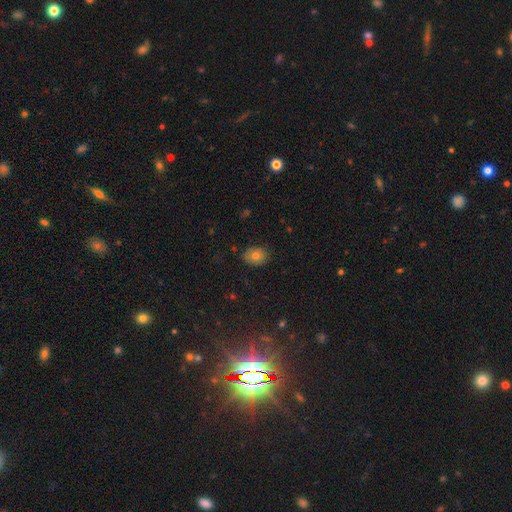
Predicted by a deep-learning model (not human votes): smooth 76%, featured or disk 14%, star or artifact 11%. Down the decision tree: how rounded — in between (64%); merging — none (85%).